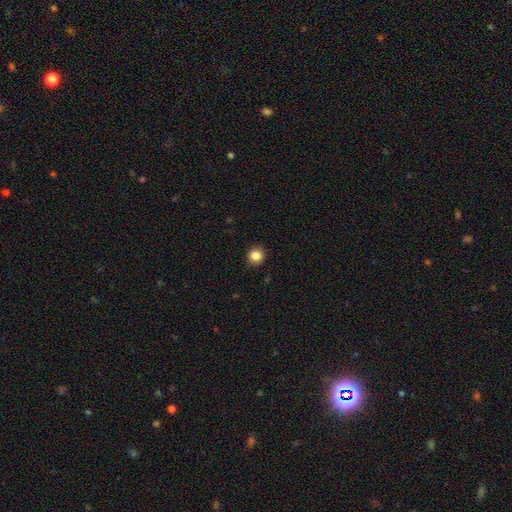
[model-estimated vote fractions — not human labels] Smooth or featured: smooth — 85% (star or artifact — 11%)
How rounded: round — 93% (in between — 6%)
Merging: none — 92% (minor disturbance — 5%)